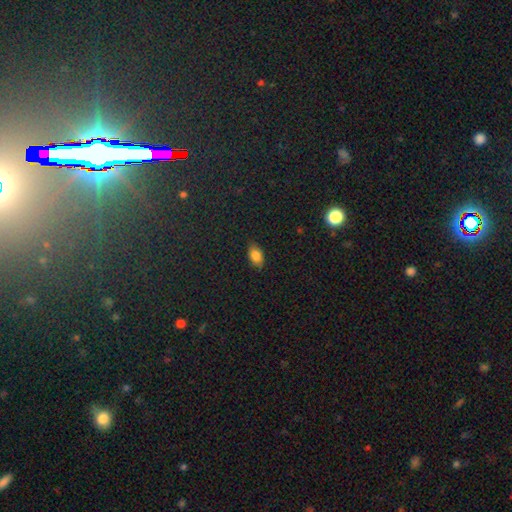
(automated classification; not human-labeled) Q: Smooth or featured?
A: smooth (82%); runner-up: star or artifact (9%)
Q: How rounded?
A: in between (90%); runner-up: round (8%)
Q: Merging?
A: none (85%); runner-up: minor disturbance (12%)